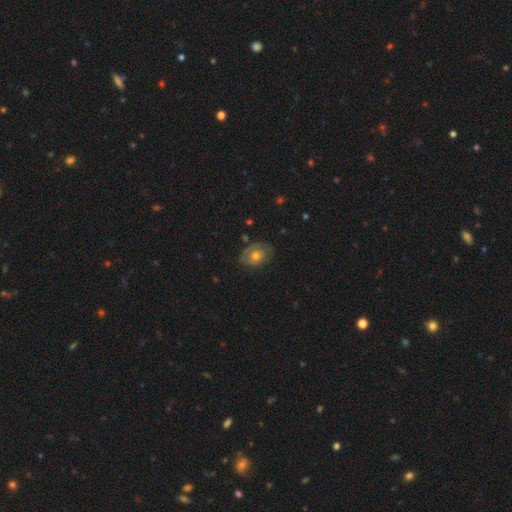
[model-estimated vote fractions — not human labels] Smooth or featured? Predicted: smooth (p=0.49). Merging? Predicted: none (p=0.72).